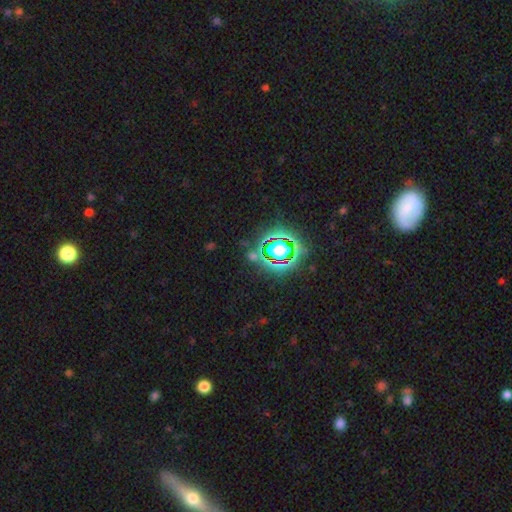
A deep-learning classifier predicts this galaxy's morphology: Smooth or featured? Predicted: star or artifact (p=0.73).